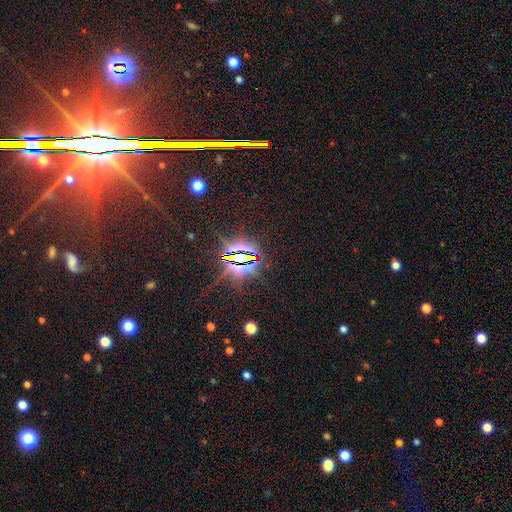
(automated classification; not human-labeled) A star or artifact, not a galaxy (84%).